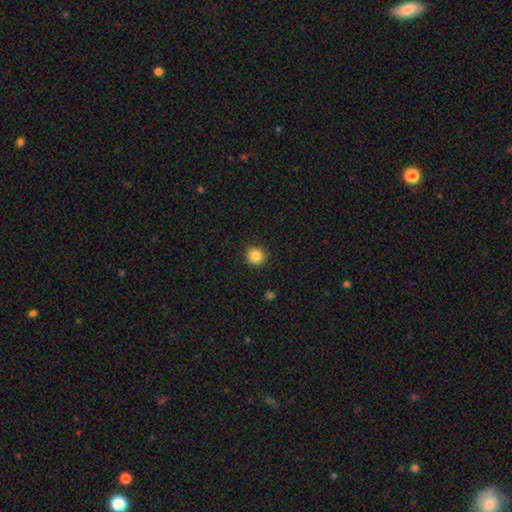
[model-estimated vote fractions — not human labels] Smooth or featured?
  - smooth: 85% *
  - star or artifact: 10%
  - featured or disk: 4%
How rounded?
  - round: 91% *
  - in between: 8%
  - cigar-shaped: 1%
Merging?
  - none: 91% *
  - minor disturbance: 6%
  - major disturbance: 2%
  - merger: 1%